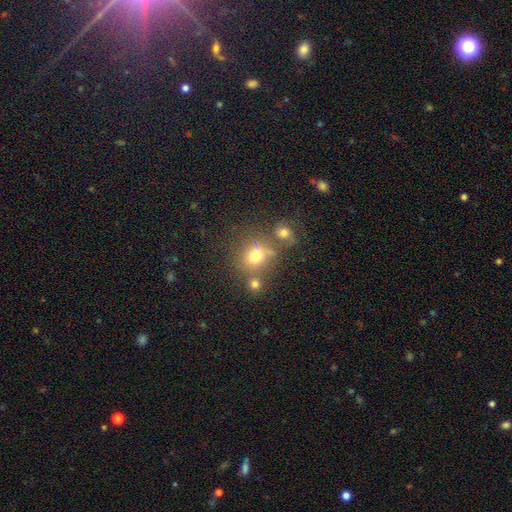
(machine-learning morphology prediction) Smooth or featured? smooth (71%)
How rounded? round (79%)
Merging? none (58%)